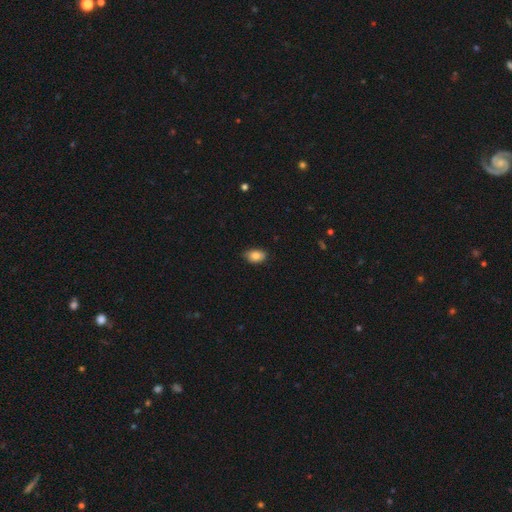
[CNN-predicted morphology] A smooth galaxy with no disk features (84%) that is in between round and cigar-shaped (88%).

Vote fractions:
- Smooth or featured? smooth: 84% / star or artifact: 8% / featured or disk: 8%
- How rounded? in between: 88% / round: 11% / cigar-shaped: 1%
- Merging? none: 81% / minor disturbance: 16% / major disturbance: 2% / merger: 1%